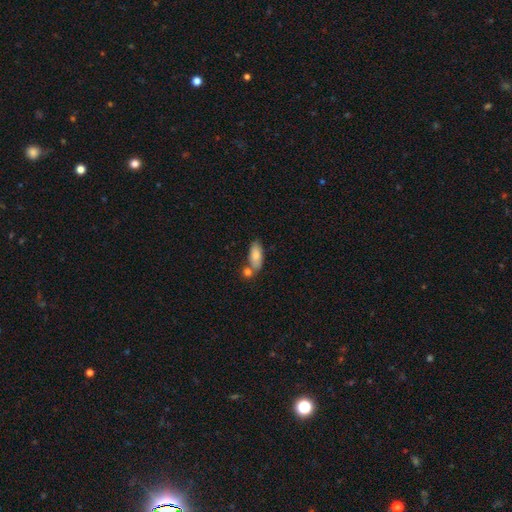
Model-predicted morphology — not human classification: type=smooth (81%); roundness=in between (79%); merging=none (58%).